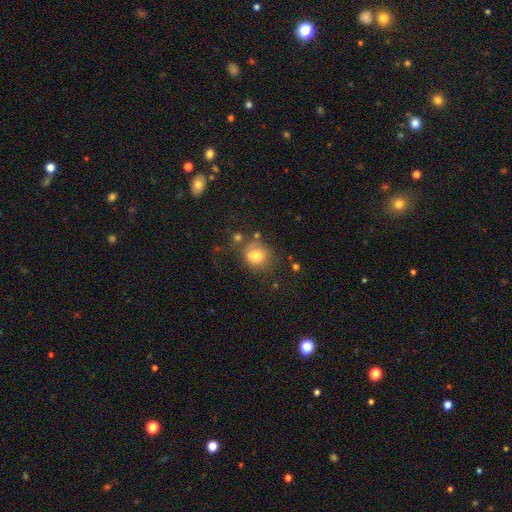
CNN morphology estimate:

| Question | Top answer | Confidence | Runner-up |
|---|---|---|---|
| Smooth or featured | smooth | 71% | featured or disk (18%) |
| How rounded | round | 78% | in between (21%) |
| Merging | none | 54% | minor disturbance (23%) |